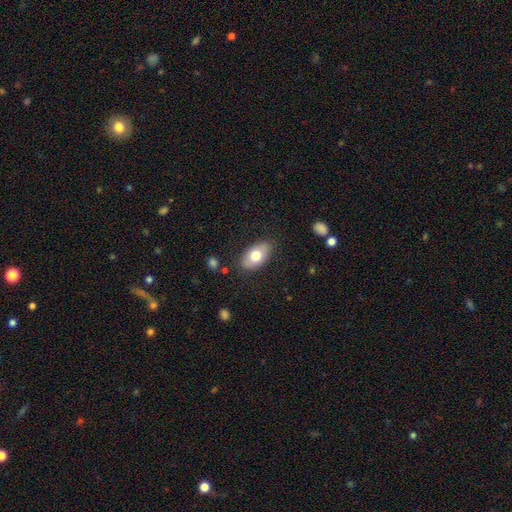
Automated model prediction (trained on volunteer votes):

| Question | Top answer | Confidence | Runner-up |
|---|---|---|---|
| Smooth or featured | smooth | 73% | featured or disk (20%) |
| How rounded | in between | 93% | round (5%) |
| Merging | none | 83% | minor disturbance (13%) |